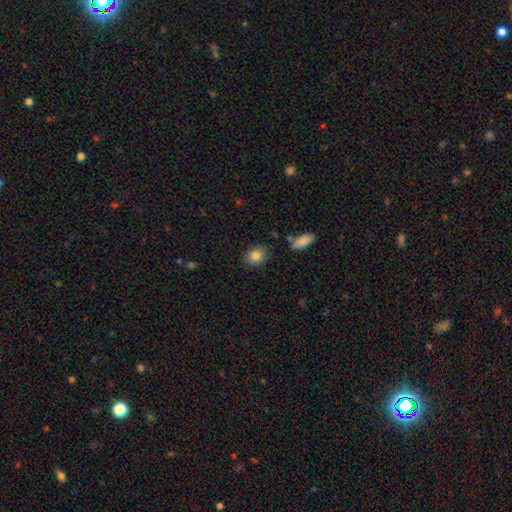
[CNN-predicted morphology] smooth-or-featured: smooth: 84% | star or artifact: 9% | featured or disk: 7%
  how-rounded: round: 50% | in between: 48% | cigar-shaped: 1%
  merging: none: 84% | minor disturbance: 11% | major disturbance: 3% | merger: 2%